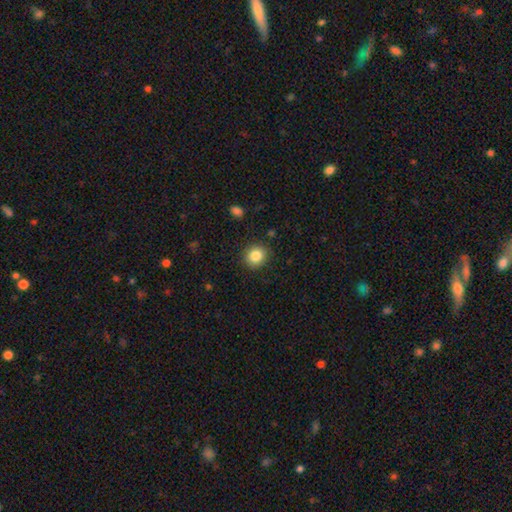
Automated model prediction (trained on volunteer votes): A smooth galaxy with no disk features (84%) that is round (80%).

Vote fractions:
- Smooth or featured? smooth: 84% / star or artifact: 10% / featured or disk: 6%
- How rounded? round: 80% / in between: 19% / cigar-shaped: 1%
- Merging? none: 89% / minor disturbance: 7% / major disturbance: 2% / merger: 1%